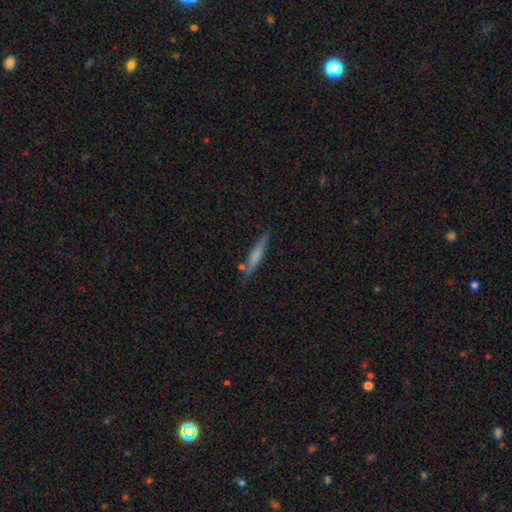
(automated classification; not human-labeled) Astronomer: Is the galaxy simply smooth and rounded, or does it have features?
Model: smooth — 55% (runner-up: featured or disk, 38%).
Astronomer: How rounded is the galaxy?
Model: cigar-shaped — 91%.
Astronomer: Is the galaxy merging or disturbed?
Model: none — 79%.